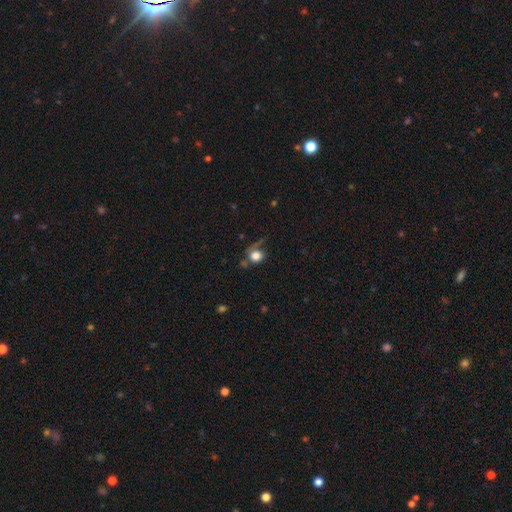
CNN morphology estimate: Overall: smooth (76%). How rounded: round (74%). Merging: none (44%; major disturbance 24%).